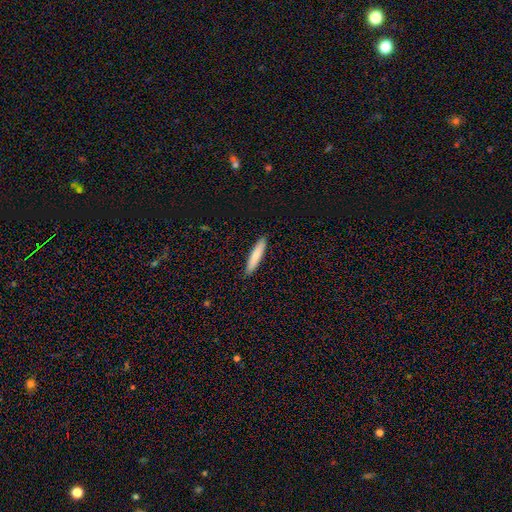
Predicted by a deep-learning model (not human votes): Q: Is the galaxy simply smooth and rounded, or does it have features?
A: smooth — 80%.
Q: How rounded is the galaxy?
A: cigar-shaped — 89%.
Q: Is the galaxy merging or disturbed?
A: none — 90%.